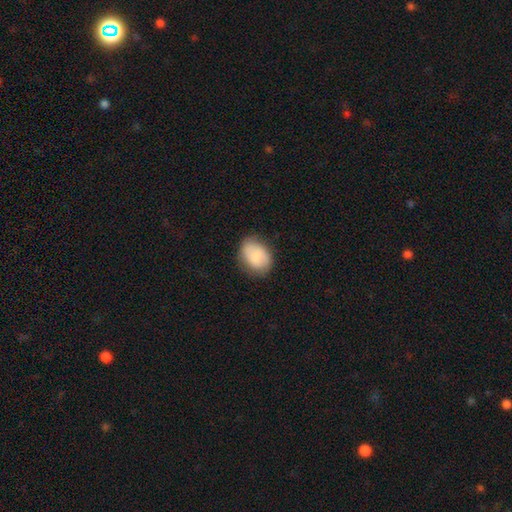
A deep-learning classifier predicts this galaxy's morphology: Smooth or featured?
  - smooth: 83% *
  - featured or disk: 10%
  - star or artifact: 7%
How rounded?
  - in between: 71% *
  - round: 28%
  - cigar-shaped: 1%
Merging?
  - none: 73% *
  - minor disturbance: 20%
  - major disturbance: 5%
  - merger: 1%